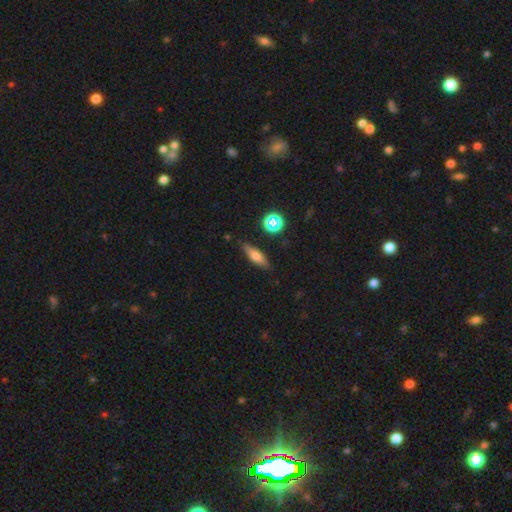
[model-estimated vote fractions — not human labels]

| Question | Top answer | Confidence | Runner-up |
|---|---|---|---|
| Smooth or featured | smooth | 58% | featured or disk (30%) |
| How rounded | cigar-shaped | 54% | in between (41%) |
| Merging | none | 84% | minor disturbance (11%) |